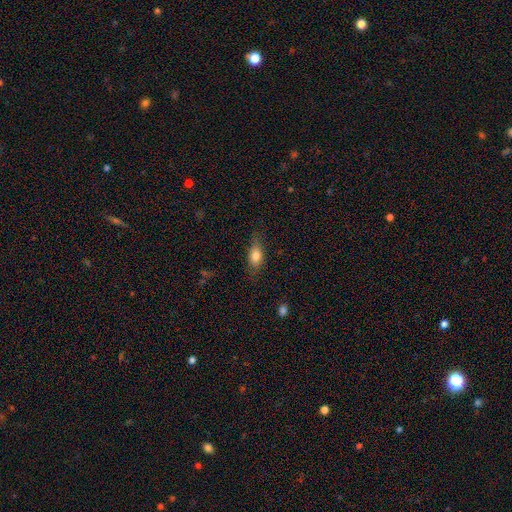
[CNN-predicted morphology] Smooth or featured? Predicted: smooth (p=0.76). How rounded? Predicted: in between (p=0.77). Merging? Predicted: none (p=0.75).